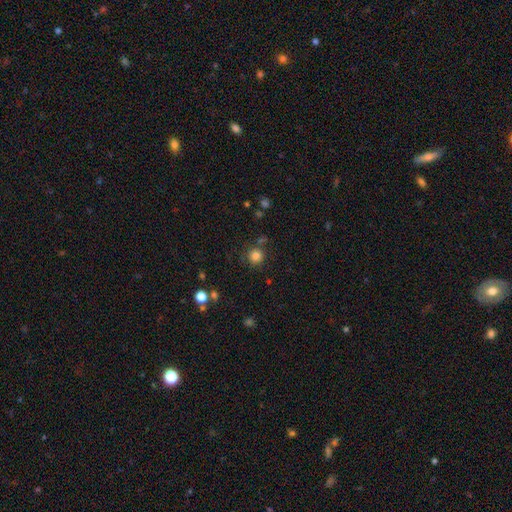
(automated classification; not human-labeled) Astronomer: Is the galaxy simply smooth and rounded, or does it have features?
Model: smooth — 83%.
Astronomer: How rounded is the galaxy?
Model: round — 93%.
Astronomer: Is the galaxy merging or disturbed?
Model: none — 81%.